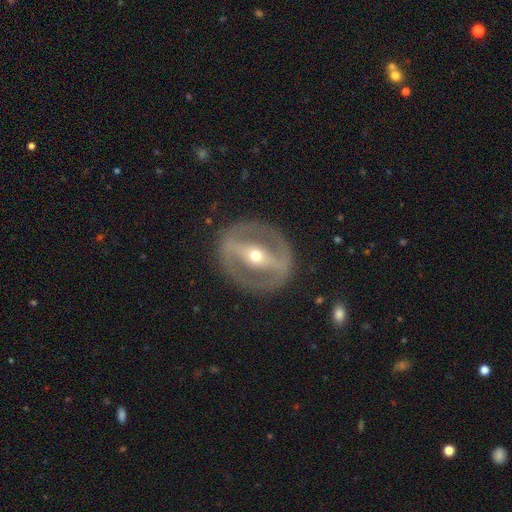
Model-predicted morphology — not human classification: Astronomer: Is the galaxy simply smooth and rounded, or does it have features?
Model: featured or disk — 79%.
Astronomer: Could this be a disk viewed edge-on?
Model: no — 89%.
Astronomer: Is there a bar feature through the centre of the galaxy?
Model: strong — 64%.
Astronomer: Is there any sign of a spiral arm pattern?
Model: no — 67%.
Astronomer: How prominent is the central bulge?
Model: moderate — 55% (runner-up: small, 40%).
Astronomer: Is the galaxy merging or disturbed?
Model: none — 84%.